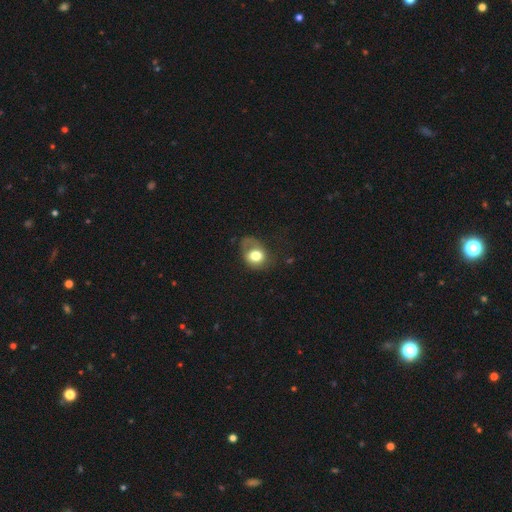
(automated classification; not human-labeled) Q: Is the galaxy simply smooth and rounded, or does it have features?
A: smooth — 71%.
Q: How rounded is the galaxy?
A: round — 55%.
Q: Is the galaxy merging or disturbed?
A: none — 34%, tied with major disturbance.